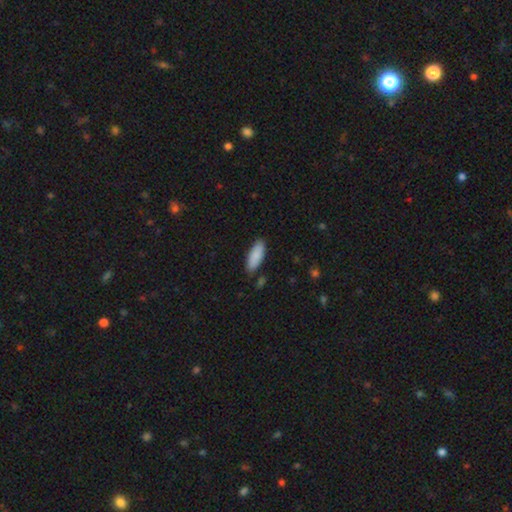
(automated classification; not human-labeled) A smooth galaxy with no disk features (89%) that is in between round and cigar-shaped (73%). Merging: none (84%).